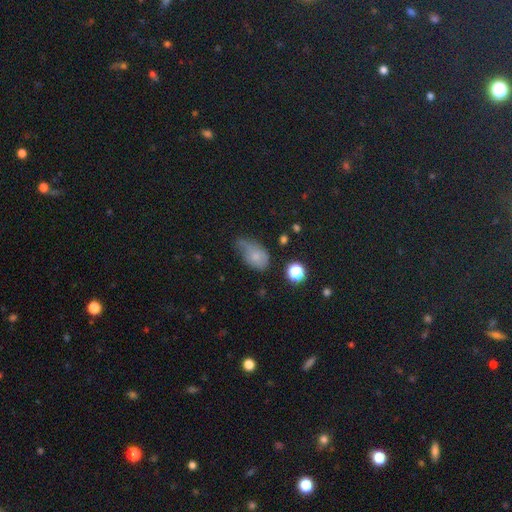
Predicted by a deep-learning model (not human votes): A smooth galaxy with no disk features (67%) that is in between round and cigar-shaped (83%). Merging: minor disturbance (42%).